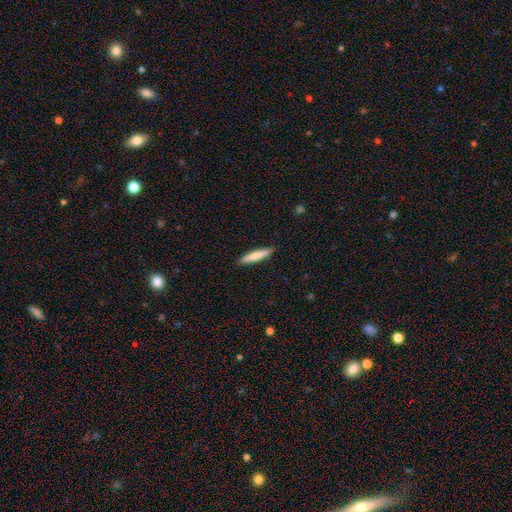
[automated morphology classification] smooth_or_featured: smooth (p=0.74) [alt: featured or disk p=0.21]
how_rounded: cigar-shaped (p=0.90) [alt: in between p=0.09]
merging: none (p=0.90) [alt: minor disturbance p=0.07]